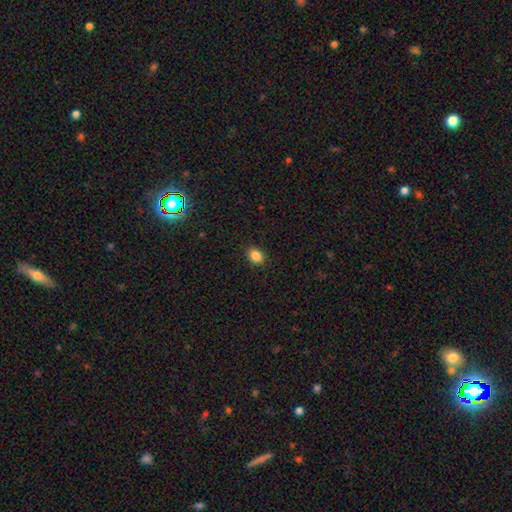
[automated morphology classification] Smooth or featured? smooth (86%)
How rounded? in between (60%)
Merging? none (90%)